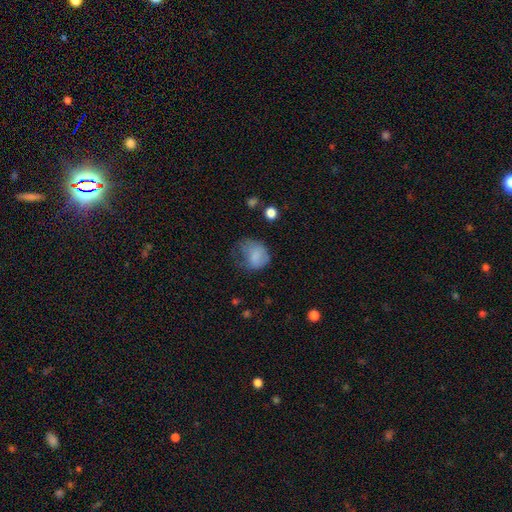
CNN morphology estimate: Smooth or featured? smooth (73%)
How rounded? round (53%)
Merging? major disturbance (35%)